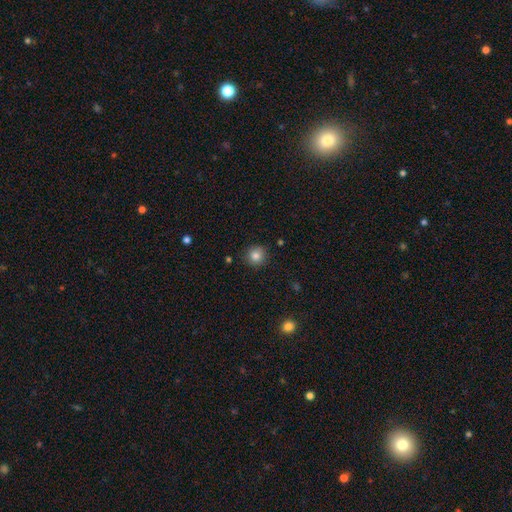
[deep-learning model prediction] Q: Smooth or featured?
A: smooth (83%); runner-up: star or artifact (10%)
Q: How rounded?
A: round (93%); runner-up: in between (6%)
Q: Merging?
A: none (89%); runner-up: minor disturbance (8%)